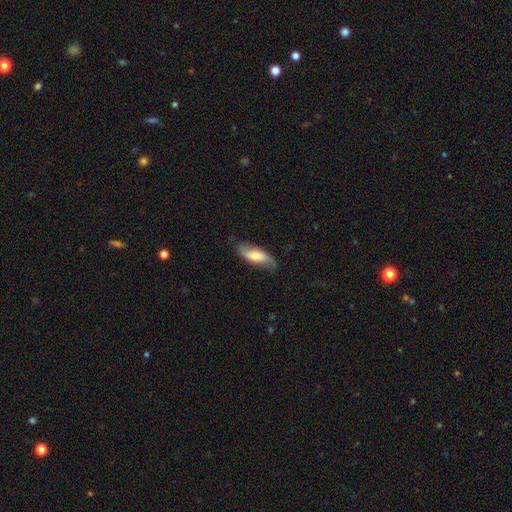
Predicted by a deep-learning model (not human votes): Overall: featured or disk (52%; smooth 42%). Edge-on disk: no (83%). Merging: none (72%).